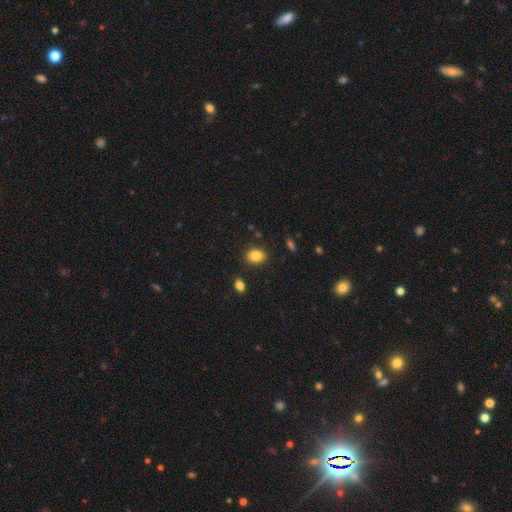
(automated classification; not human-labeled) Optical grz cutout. It shows a smooth galaxy with no disk features (86%) that is in between round and cigar-shaped (67%). Merging: none (85%).